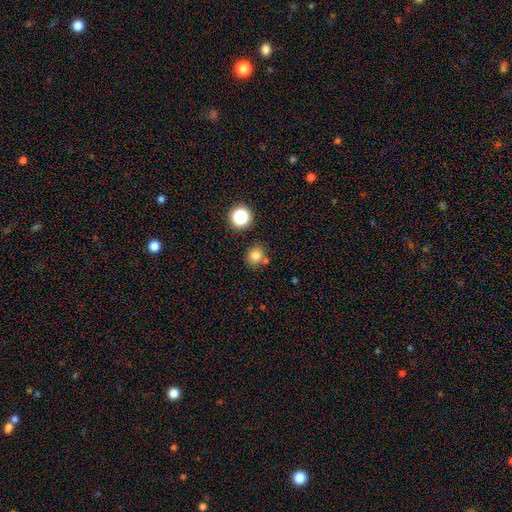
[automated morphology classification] This is likely a smooth galaxy (78%). How rounded: clearly round (81%). Merging: likely none (71%).